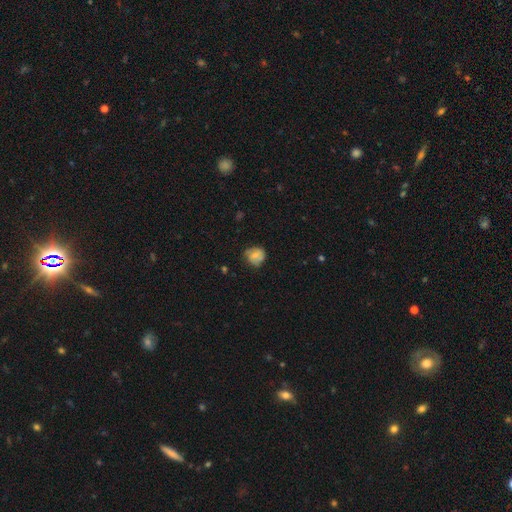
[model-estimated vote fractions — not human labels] Morphology: type=smooth (64%); roundness=round (79%); merging=none (63%).